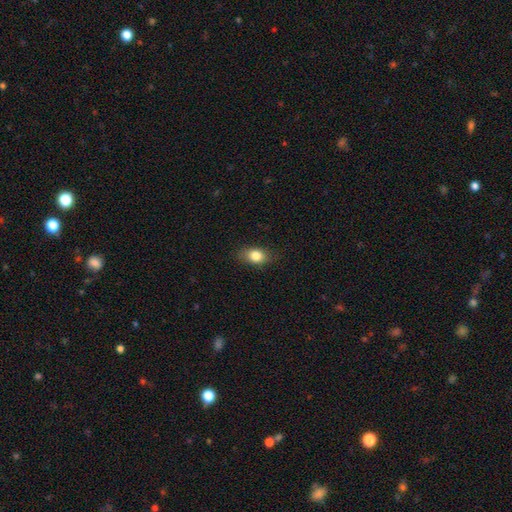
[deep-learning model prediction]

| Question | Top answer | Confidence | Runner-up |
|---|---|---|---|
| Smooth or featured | smooth | 82% | featured or disk (9%) |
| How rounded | in between | 78% | round (20%) |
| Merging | none | 82% | minor disturbance (14%) |